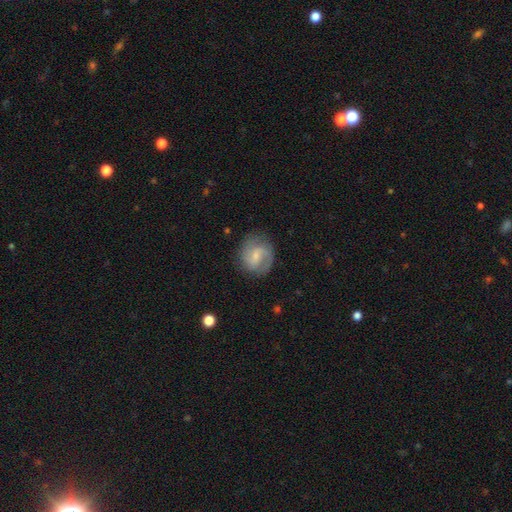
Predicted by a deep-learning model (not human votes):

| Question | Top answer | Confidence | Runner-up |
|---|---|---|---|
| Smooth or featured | featured or disk | 70% | smooth (24%) |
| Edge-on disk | no | 98% | yes (2%) |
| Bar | weak | 54% | no (33%) |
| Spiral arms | yes | 92% | no (8%) |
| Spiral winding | medium | 49% | tight (26%) |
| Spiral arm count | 2 | 79% | can't tell (10%) |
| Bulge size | small | 61% | moderate (29%) |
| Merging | none | 77% | minor disturbance (15%) |